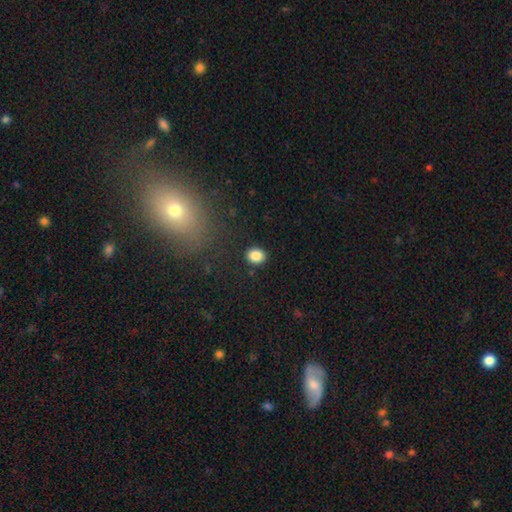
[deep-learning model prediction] Overall: smooth (86%). How rounded: round (63%; in between 36%). Merging: none (89%).